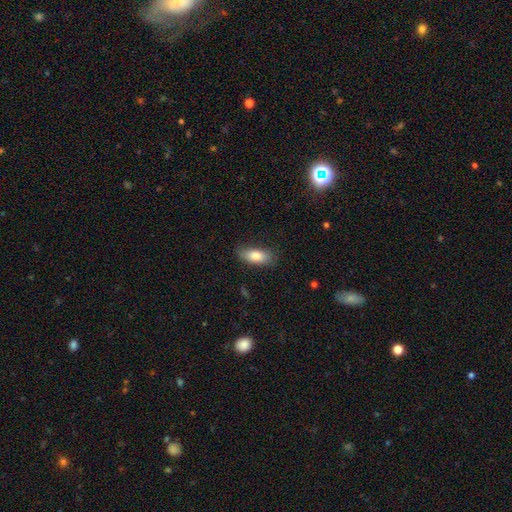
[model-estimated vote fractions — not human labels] Smooth or featured? Predicted: smooth (p=0.83). How rounded? Predicted: in between (p=0.82). Merging? Predicted: none (p=0.79).